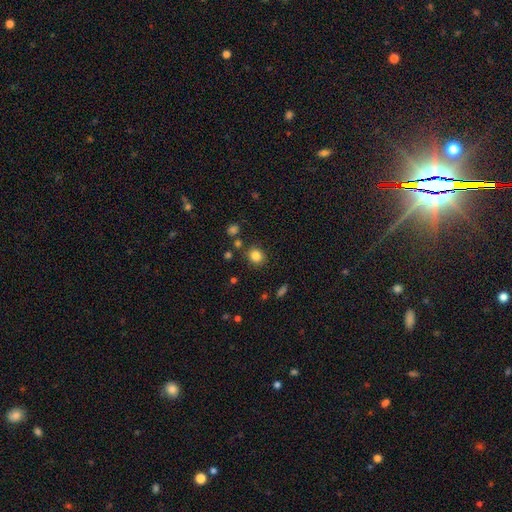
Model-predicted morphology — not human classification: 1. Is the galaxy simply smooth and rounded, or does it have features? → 83% smooth, 12% star or artifact, 5% featured or disk.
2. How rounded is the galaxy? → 81% round, 18% in between, 1% cigar-shaped.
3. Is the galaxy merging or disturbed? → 82% none, 10% minor disturbance, 5% merger, 3% major disturbance.